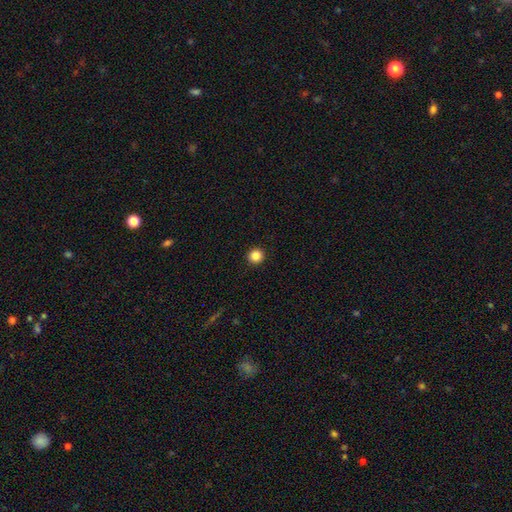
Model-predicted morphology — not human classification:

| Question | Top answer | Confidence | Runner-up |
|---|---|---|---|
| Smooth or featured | smooth | 86% | star or artifact (11%) |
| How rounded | round | 94% | in between (5%) |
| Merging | none | 94% | minor disturbance (4%) |